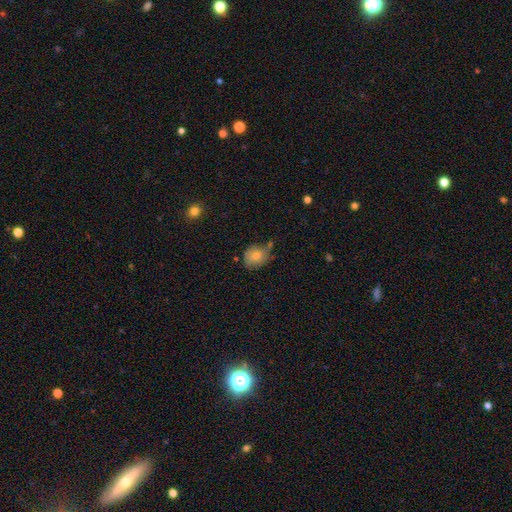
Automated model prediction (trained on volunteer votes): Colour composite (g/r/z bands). It shows a smooth galaxy with no disk features (75%) that is round (59%). Merging: none (54%).